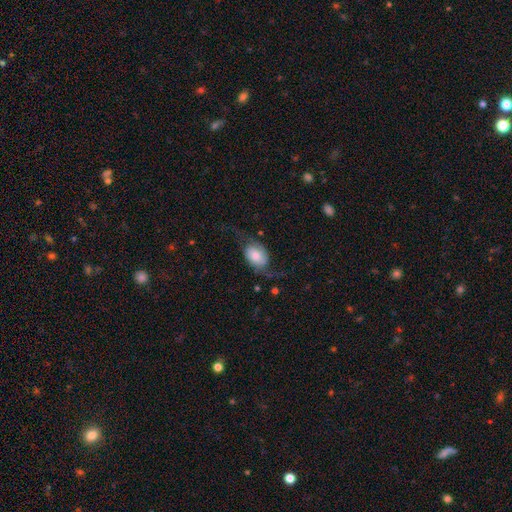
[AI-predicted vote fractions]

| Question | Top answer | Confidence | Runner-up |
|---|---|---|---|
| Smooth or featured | featured or disk | 61% | smooth (32%) |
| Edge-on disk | no | 95% | yes (5%) |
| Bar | no | 62% | weak (29%) |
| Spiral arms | yes | 90% | no (10%) |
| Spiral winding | loose | 77% | medium (18%) |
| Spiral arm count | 2 | 90% | 1 (4%) |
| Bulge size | moderate | 40% | small (23%) |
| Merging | none | 54% | major disturbance (24%) |